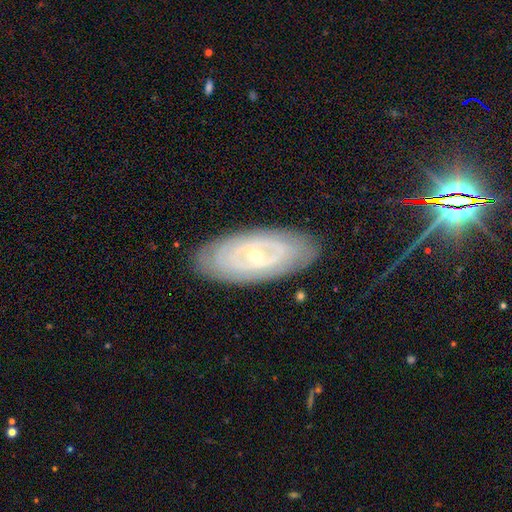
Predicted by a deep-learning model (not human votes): Morphology: type=featured or disk (79%); edge-on=no (91%); bar=no (61%); spiral arms=yes (66%); bulge=small (67%); merging=none (84%).